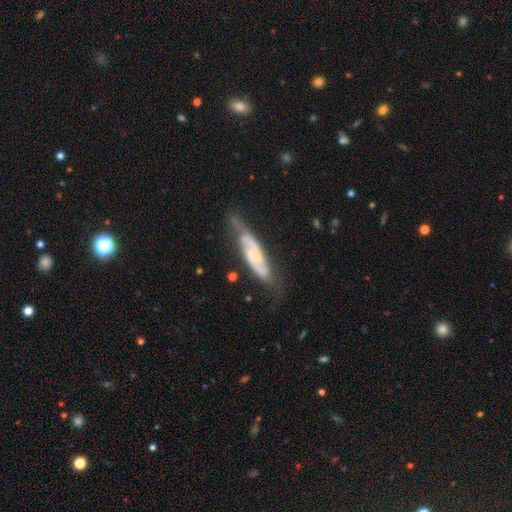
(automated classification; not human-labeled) The model was most divided on "edge-on disk": no: 68%, yes: 32%. More confident: smooth or featured — featured or disk (69%); merging — none (63%).